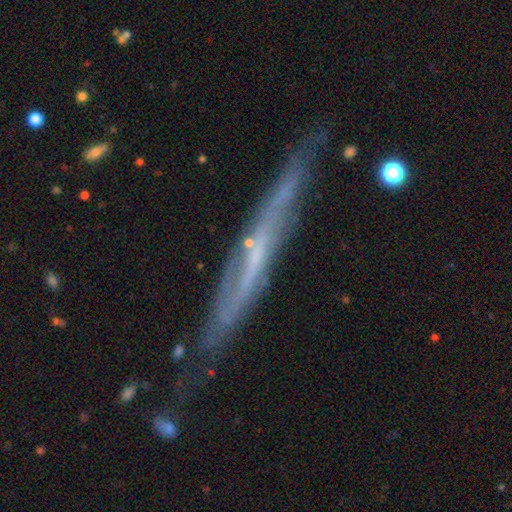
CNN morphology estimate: This is likely a featured or disk galaxy (68%). It is clearly viewed edge-on (83%). Edge-on bulge: likely none (80%). Merging: likely none (72%).